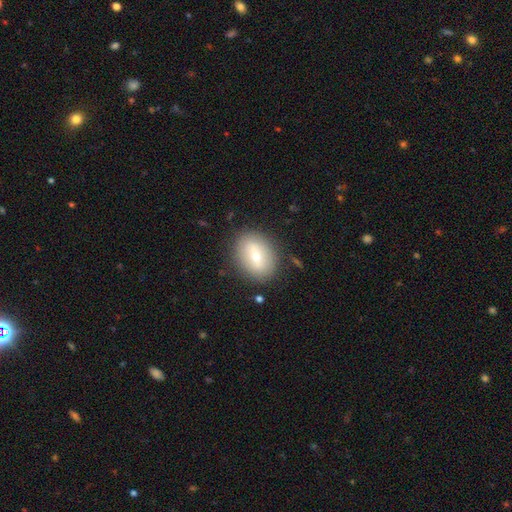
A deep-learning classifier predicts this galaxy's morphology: Q: Smooth or featured?
A: smooth (60%); runner-up: featured or disk (32%)
Q: How rounded?
A: in between (67%); runner-up: round (30%)
Q: Merging?
A: none (83%); runner-up: minor disturbance (11%)